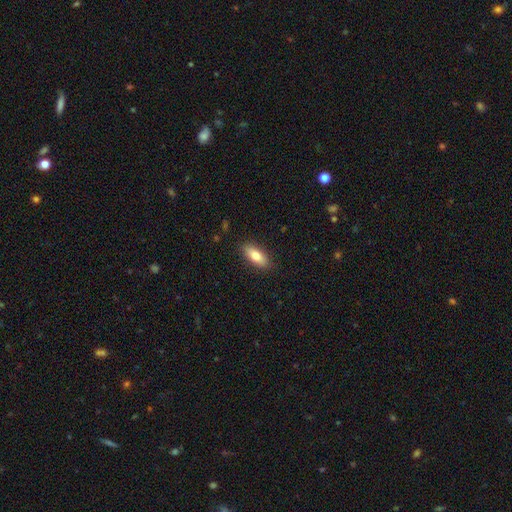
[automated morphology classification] Smooth or featured? smooth (77%)
How rounded? in between (76%)
Merging? none (87%)